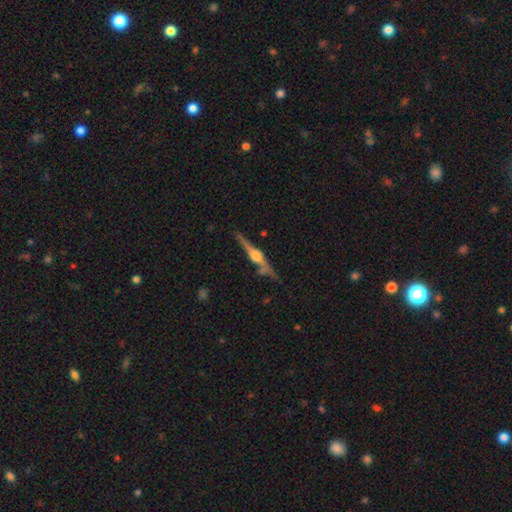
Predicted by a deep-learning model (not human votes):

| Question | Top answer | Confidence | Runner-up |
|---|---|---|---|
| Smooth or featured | featured or disk | 81% | smooth (13%) |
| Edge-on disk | yes | 97% | no (3%) |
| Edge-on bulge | rounded | 91% | boxy (7%) |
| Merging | none | 77% | minor disturbance (14%) |